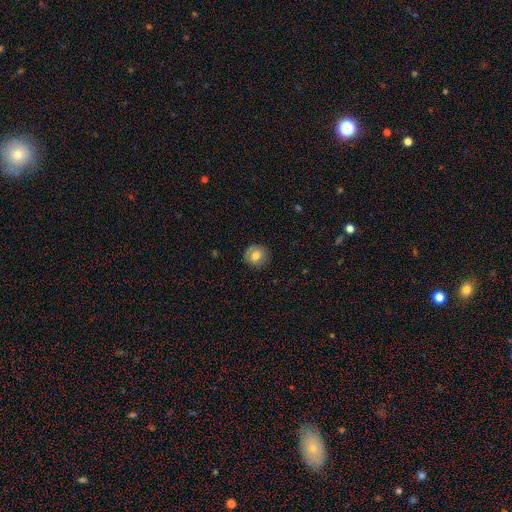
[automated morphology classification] Smooth or featured? Predicted: smooth (p=0.72). How rounded? Predicted: round (p=0.85). Merging? Predicted: none (p=0.83).